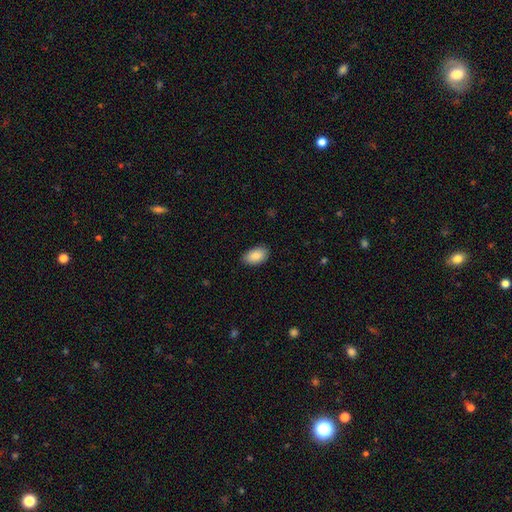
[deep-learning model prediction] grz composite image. It shows a smooth galaxy with no disk features (89%) that is in between round and cigar-shaped (94%). Merging: none (84%).